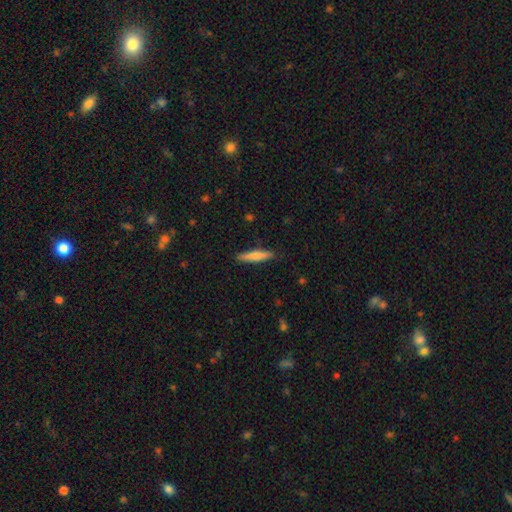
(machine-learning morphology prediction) Q: Smooth or featured?
A: smooth (73%); runner-up: featured or disk (22%)
Q: How rounded?
A: cigar-shaped (89%); runner-up: in between (10%)
Q: Merging?
A: none (89%); runner-up: minor disturbance (8%)